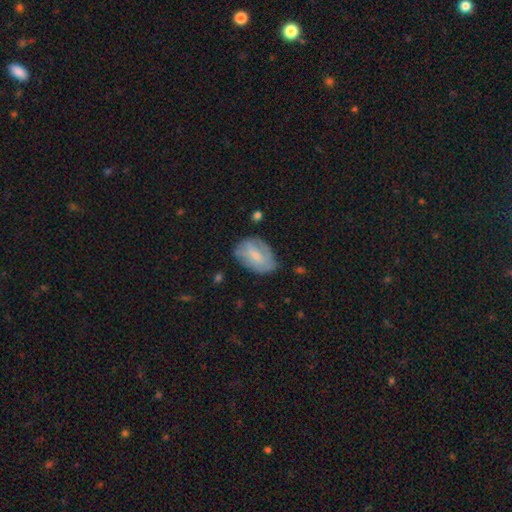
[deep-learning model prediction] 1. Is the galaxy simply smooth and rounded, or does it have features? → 58% smooth, 35% featured or disk, 7% star or artifact.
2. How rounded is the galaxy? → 86% in between, 12% round, 2% cigar-shaped.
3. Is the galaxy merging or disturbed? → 59% none, 30% minor disturbance, 9% major disturbance, 2% merger.